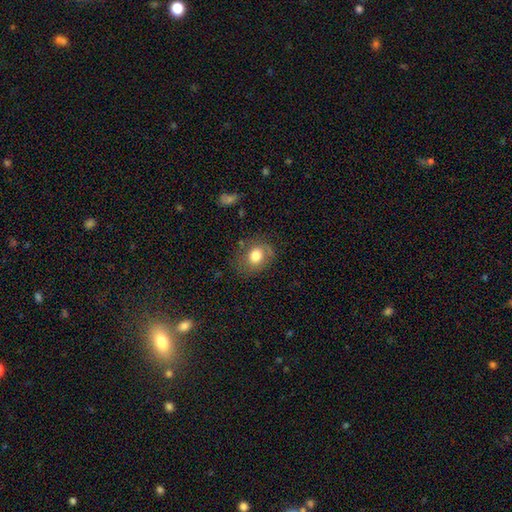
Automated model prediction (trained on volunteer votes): A smooth galaxy with no disk features (74%) that is round (54%). Merging: none (67%).